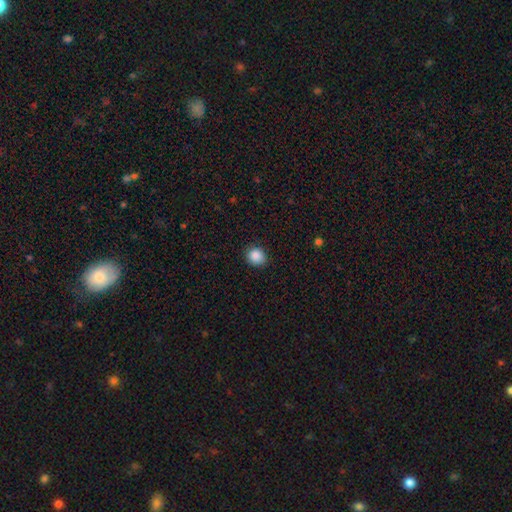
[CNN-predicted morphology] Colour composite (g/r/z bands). It shows a smooth galaxy with no disk features (88%) that is round (81%). Merging: none (88%).